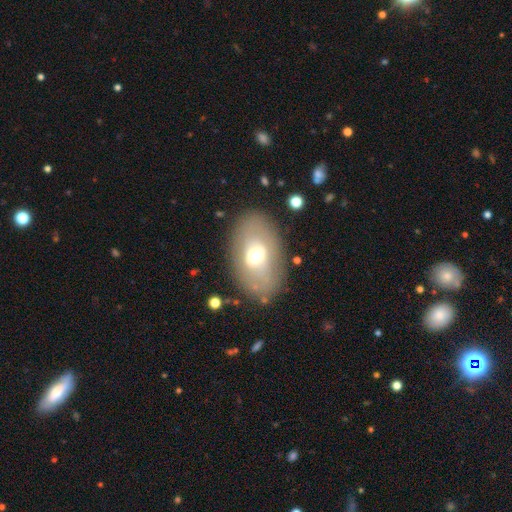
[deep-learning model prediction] smooth-or-featured: smooth: 52% | featured or disk: 40% | star or artifact: 9%
  how-rounded: in between: 87% | round: 11% | cigar-shaped: 1%
  merging: none: 81% | minor disturbance: 11% | major disturbance: 6% | merger: 2%